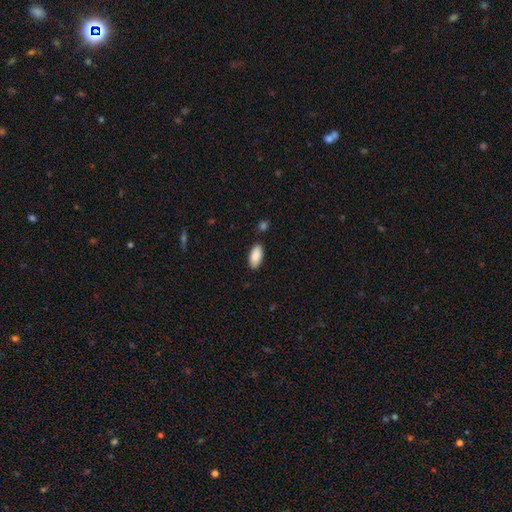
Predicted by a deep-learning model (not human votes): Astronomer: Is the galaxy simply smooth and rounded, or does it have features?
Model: smooth — 89%.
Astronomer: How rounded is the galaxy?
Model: in between — 92%.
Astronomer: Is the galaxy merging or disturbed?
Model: none — 85%.